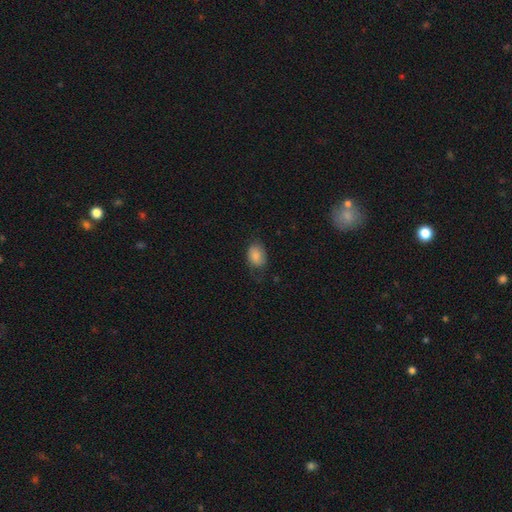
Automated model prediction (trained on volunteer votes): This appears to be a smooth galaxy with no disk features (84%) that is in between round and cigar-shaped (79%). Merging: none (63%).